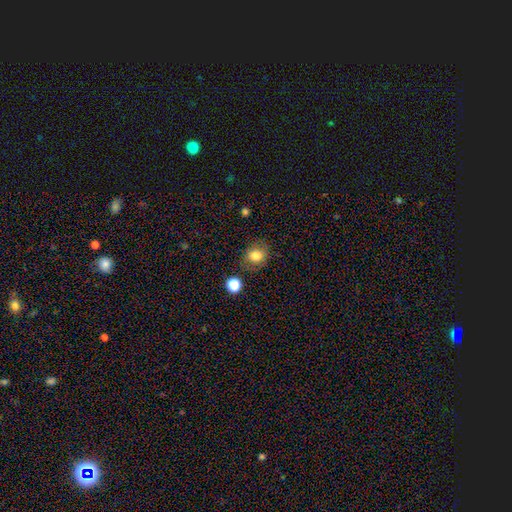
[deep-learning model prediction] smooth_or_featured: smooth (p=0.79) [alt: featured or disk p=0.11]
how_rounded: round (p=0.65) [alt: in between p=0.34]
merging: none (p=0.75) [alt: minor disturbance p=0.16]